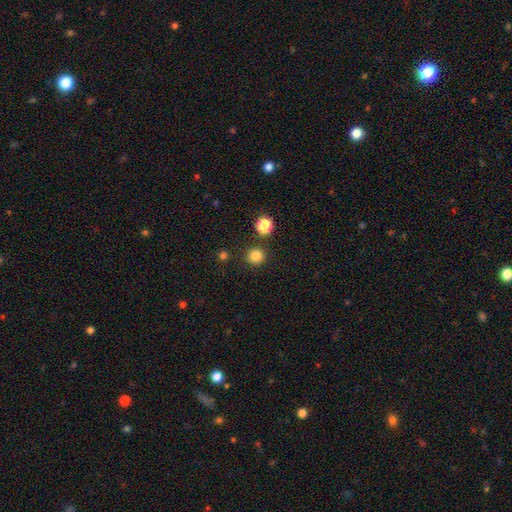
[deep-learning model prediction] Q: Smooth or featured?
A: smooth (83%); runner-up: star or artifact (13%)
Q: How rounded?
A: round (94%); runner-up: in between (5%)
Q: Merging?
A: none (89%); runner-up: minor disturbance (5%)